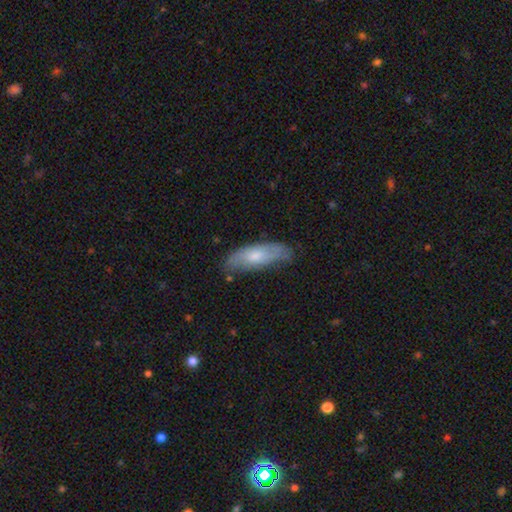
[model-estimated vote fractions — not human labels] The model was most divided on "how rounded": in between: 57%, cigar-shaped: 41%, round: 2%. More confident: merging — none (72%); smooth or featured — smooth (63%).